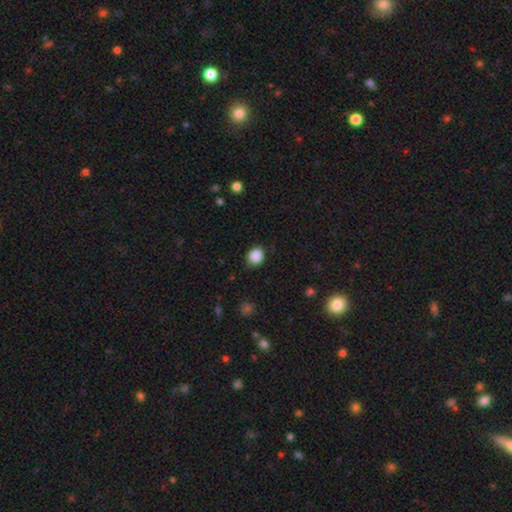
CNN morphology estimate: A smooth galaxy with no disk features (87%) that is round (67%).

Vote fractions:
- Smooth or featured? smooth: 87% / star or artifact: 10% / featured or disk: 4%
- How rounded? round: 67% / in between: 33% / cigar-shaped: 1%
- Merging? none: 82% / minor disturbance: 14% / major disturbance: 3% / merger: 1%